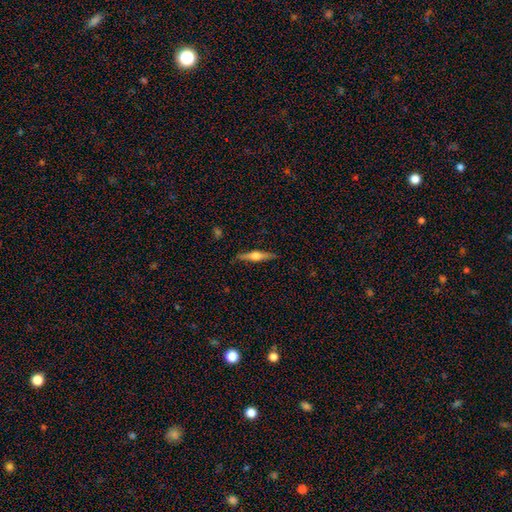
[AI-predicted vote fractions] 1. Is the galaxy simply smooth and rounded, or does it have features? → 67% featured or disk, 27% smooth, 6% star or artifact.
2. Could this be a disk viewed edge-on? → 97% yes, 3% no.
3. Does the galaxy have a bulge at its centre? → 91% rounded, 6% boxy, 3% none.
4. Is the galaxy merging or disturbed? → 87% none, 10% minor disturbance, 2% major disturbance, 1% merger.